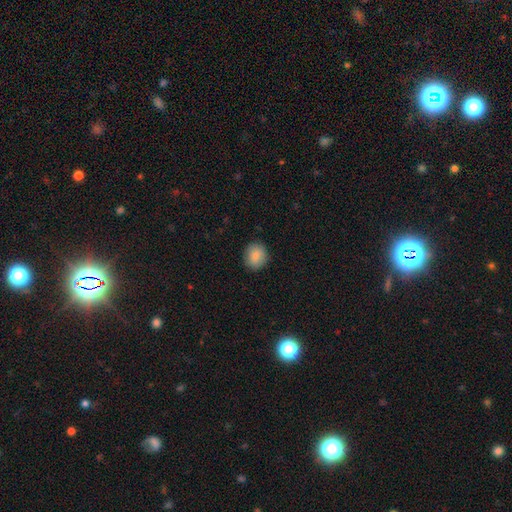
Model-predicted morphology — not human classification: Smooth or featured? smooth (85%)
How rounded? round (82%)
Merging? none (88%)